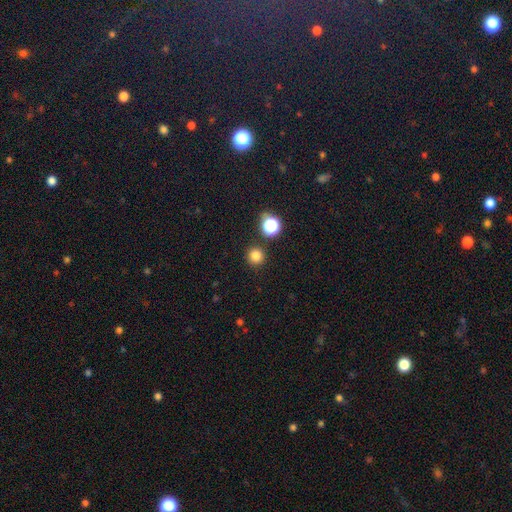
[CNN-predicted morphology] Smooth or featured? smooth (80%)
How rounded? round (96%)
Merging? none (89%)